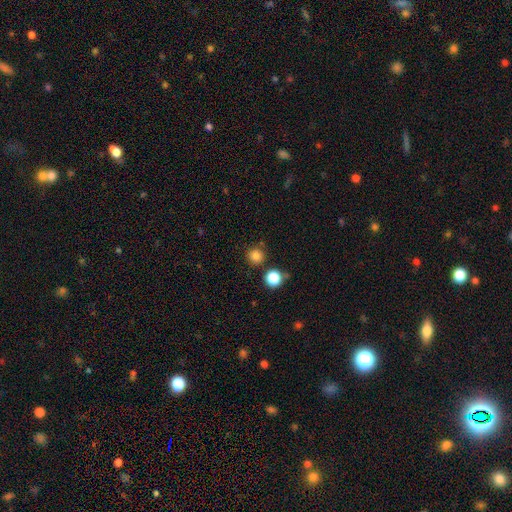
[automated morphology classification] Smooth or featured? Predicted: smooth (p=0.82). How rounded? Predicted: round (p=0.93). Merging? Predicted: none (p=0.81).